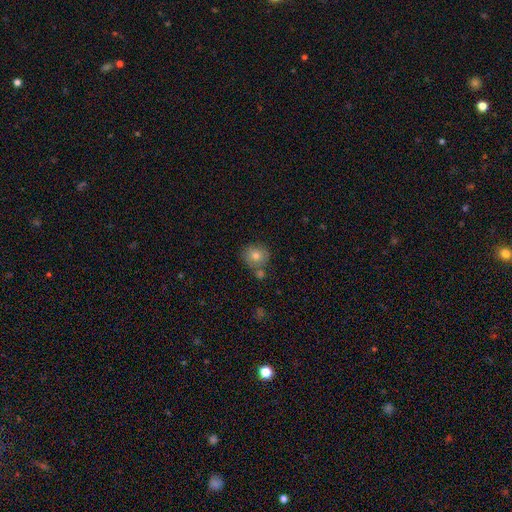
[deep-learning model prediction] smooth_or_featured: smooth (p=0.77) [alt: featured or disk p=0.12]
how_rounded: round (p=0.81) [alt: in between p=0.18]
merging: none (p=0.68) [alt: merger p=0.15]